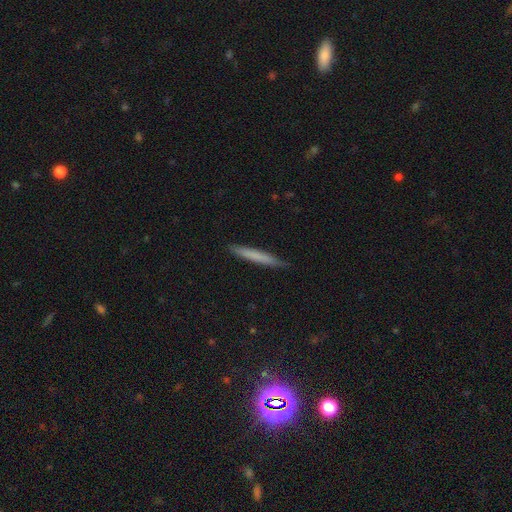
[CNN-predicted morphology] Smooth or featured: smooth — 69% (featured or disk — 25%)
How rounded: cigar-shaped — 96% (in between — 2%)
Merging: none — 89% (minor disturbance — 9%)